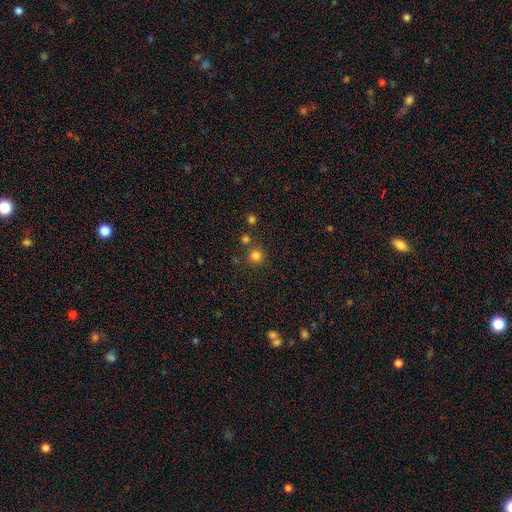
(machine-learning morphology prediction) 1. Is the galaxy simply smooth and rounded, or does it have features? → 80% smooth, 16% star or artifact, 4% featured or disk.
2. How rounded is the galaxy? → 94% round, 5% in between, 1% cigar-shaped.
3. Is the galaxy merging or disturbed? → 79% none, 11% merger, 7% minor disturbance, 3% major disturbance.